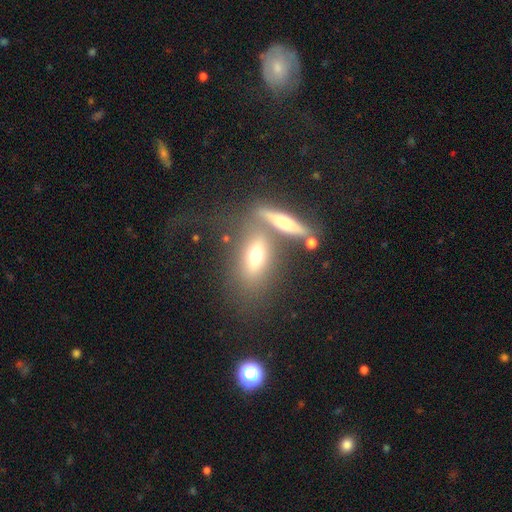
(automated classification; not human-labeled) smooth 57%, featured or disk 33%, star or artifact 9%. Down the decision tree: how rounded — in between (66%); merging — none (51%).